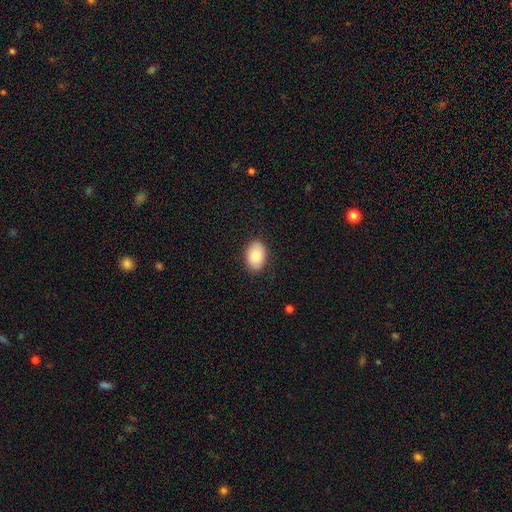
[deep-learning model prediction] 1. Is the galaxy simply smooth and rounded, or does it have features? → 85% smooth, 8% featured or disk, 7% star or artifact.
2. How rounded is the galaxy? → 86% in between, 13% round, 1% cigar-shaped.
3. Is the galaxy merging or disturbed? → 87% none, 10% minor disturbance, 2% major disturbance, 1% merger.